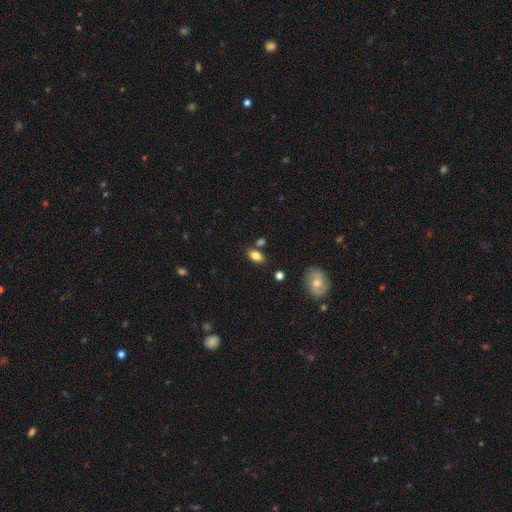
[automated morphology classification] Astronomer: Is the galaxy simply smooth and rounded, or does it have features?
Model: smooth — 81%.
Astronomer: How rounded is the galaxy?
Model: in between — 89%.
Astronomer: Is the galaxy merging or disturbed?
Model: none — 76%.